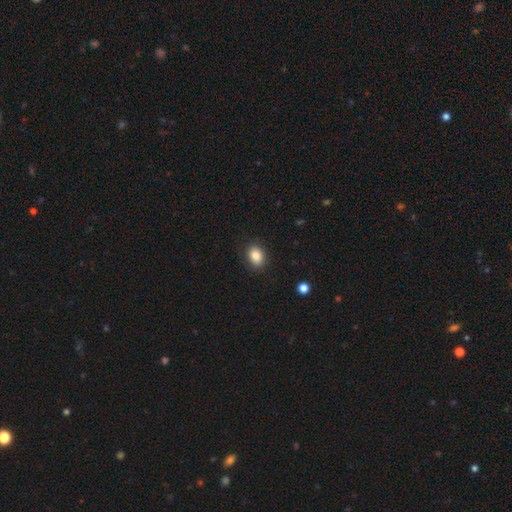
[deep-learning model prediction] Morphology: type=smooth (85%); roundness=in between (70%); merging=none (85%).